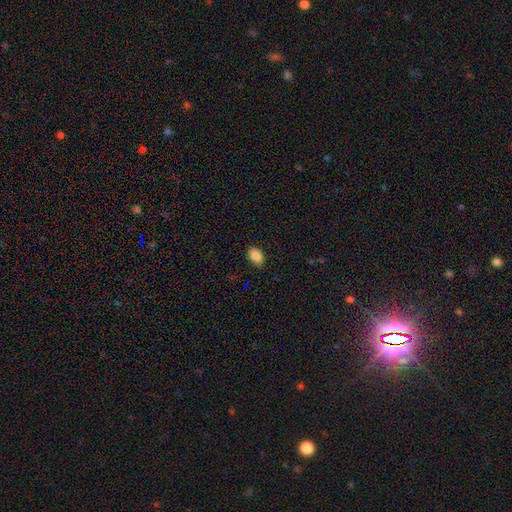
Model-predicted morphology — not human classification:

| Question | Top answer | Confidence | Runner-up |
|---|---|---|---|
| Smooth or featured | smooth | 88% | star or artifact (9%) |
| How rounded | in between | 86% | round (12%) |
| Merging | none | 87% | minor disturbance (10%) |